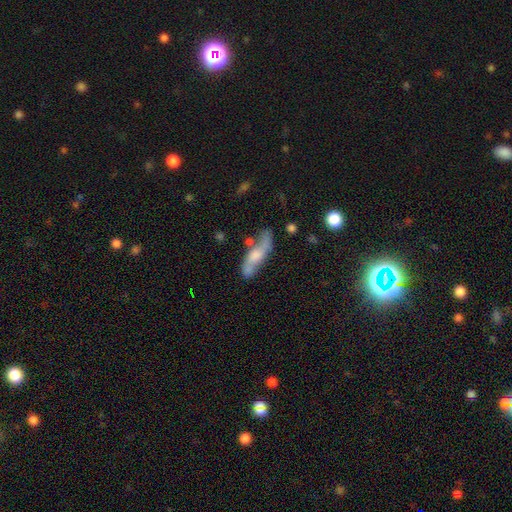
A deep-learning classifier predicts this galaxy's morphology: Smooth or featured?
  - featured or disk: 55% *
  - smooth: 38%
  - star or artifact: 7%
Edge-on disk?
  - no: 65% *
  - yes: 35%
Merging?
  - none: 54% *
  - minor disturbance: 23%
  - merger: 12%
  - major disturbance: 11%